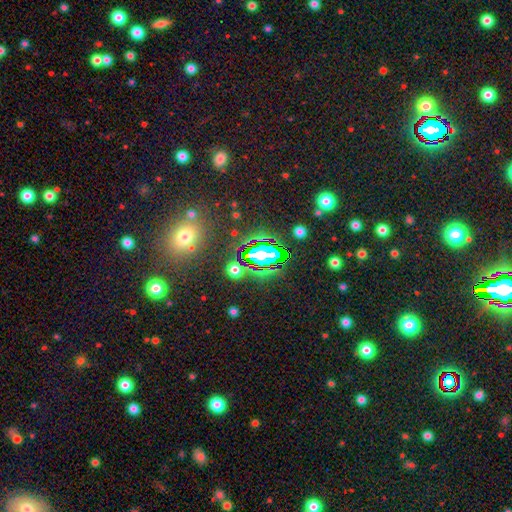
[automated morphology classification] smooth_or_featured: star or artifact (p=0.72) [alt: smooth p=0.17]